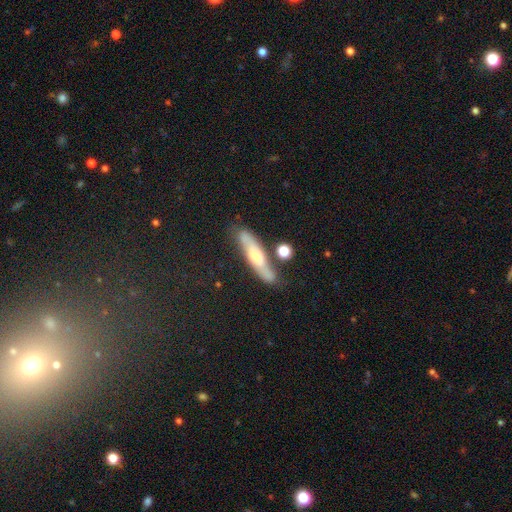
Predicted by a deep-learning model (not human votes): Morphology: type=featured or disk (47%); merging=none (72%).